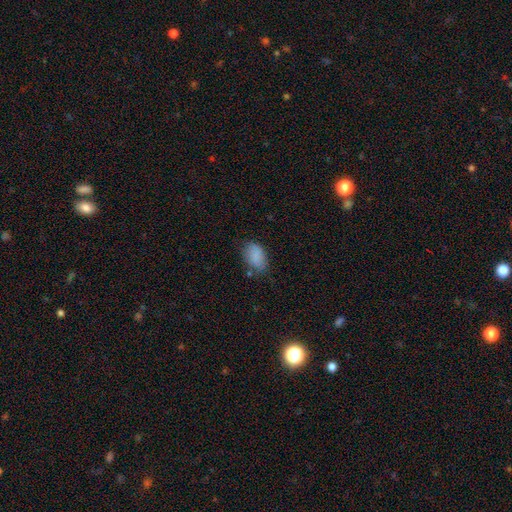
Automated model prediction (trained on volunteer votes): Morphology: type=smooth (85%); roundness=in between (87%); merging=none (67%).